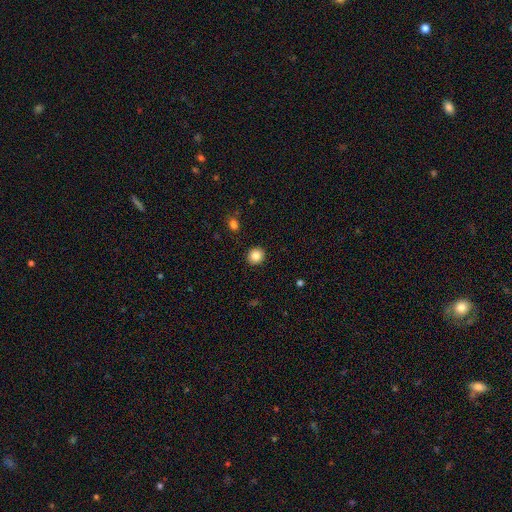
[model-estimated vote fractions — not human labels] Smooth or featured?
  - smooth: 86% *
  - star or artifact: 10%
  - featured or disk: 5%
How rounded?
  - round: 86% *
  - in between: 13%
  - cigar-shaped: 1%
Merging?
  - none: 92% *
  - minor disturbance: 5%
  - major disturbance: 2%
  - merger: 1%